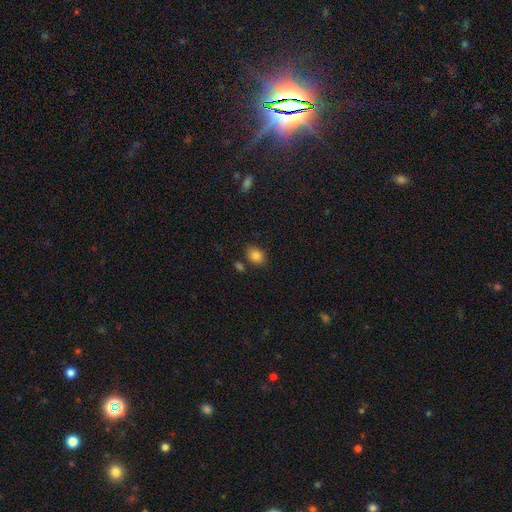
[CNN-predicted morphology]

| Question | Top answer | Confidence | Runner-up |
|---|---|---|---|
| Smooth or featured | smooth | 84% | star or artifact (10%) |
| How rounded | in between | 64% | round (35%) |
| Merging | none | 73% | minor disturbance (15%) |